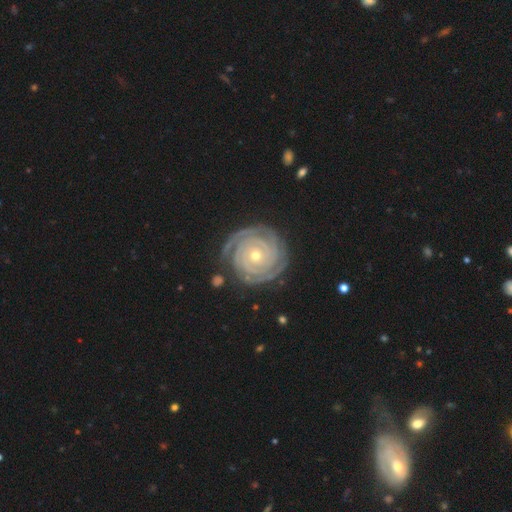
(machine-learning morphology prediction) Q: Smooth or featured?
A: featured or disk (93%); runner-up: star or artifact (4%)
Q: Edge-on disk?
A: no (98%); runner-up: yes (2%)
Q: Bar?
A: no (77%); runner-up: weak (15%)
Q: Spiral arms?
A: yes (99%); runner-up: no (1%)
Q: Spiral winding?
A: tight (91%); runner-up: medium (7%)
Q: Spiral arm count?
A: 2 (30%); runner-up: 3 (24%)
Q: Bulge size?
A: small (63%); runner-up: moderate (34%)
Q: Merging?
A: none (83%); runner-up: minor disturbance (12%)